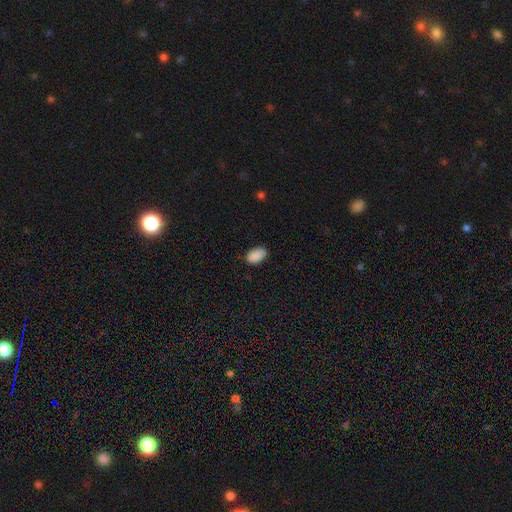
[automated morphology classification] A smooth galaxy with no disk features (90%) that is in between round and cigar-shaped (93%).

Vote fractions:
- Smooth or featured? smooth: 90% / star or artifact: 8% / featured or disk: 3%
- How rounded? in between: 93% / round: 6% / cigar-shaped: 1%
- Merging? none: 84% / minor disturbance: 12% / major disturbance: 2% / merger: 1%